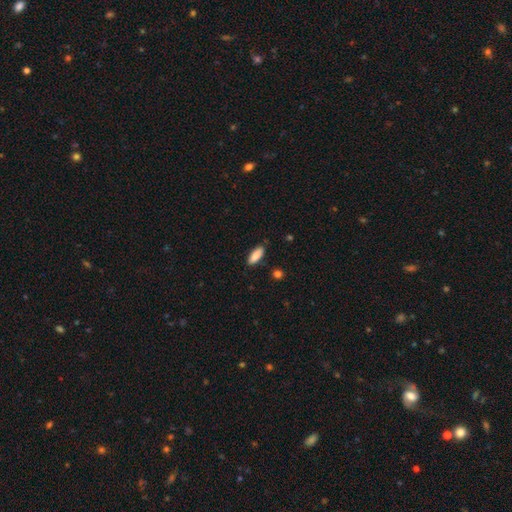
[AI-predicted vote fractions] This appears to be a smooth galaxy with no disk features (88%) that is in between round and cigar-shaped (67%). Merging: none (85%).